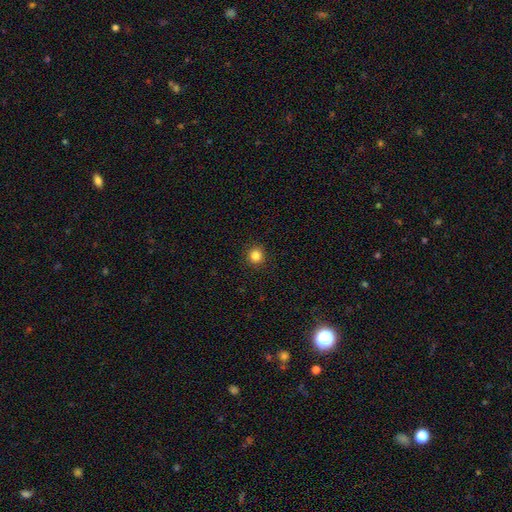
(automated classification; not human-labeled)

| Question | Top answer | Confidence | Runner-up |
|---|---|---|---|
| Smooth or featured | smooth | 84% | star or artifact (12%) |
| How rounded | round | 93% | in between (6%) |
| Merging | none | 92% | minor disturbance (5%) |